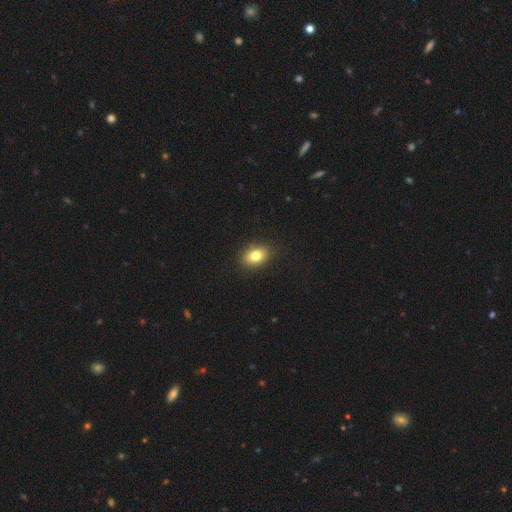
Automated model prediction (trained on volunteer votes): Smooth or featured: smooth — 81% (star or artifact — 10%)
How rounded: in between — 67% (round — 31%)
Merging: none — 88% (minor disturbance — 9%)